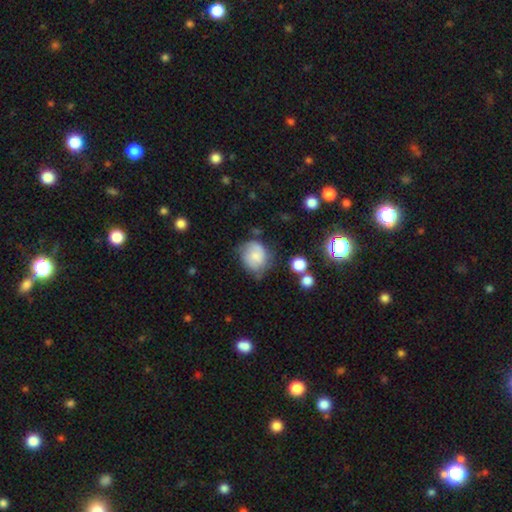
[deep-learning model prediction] Q: Smooth or featured?
A: smooth (60%); runner-up: featured or disk (31%)
Q: How rounded?
A: round (70%); runner-up: in between (29%)
Q: Merging?
A: none (52%); runner-up: minor disturbance (32%)